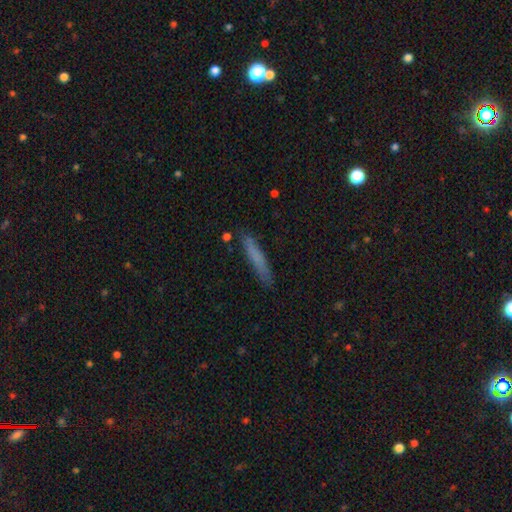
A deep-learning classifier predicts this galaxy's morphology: Smooth or featured? smooth (70%)
How rounded? cigar-shaped (94%)
Merging? none (84%)